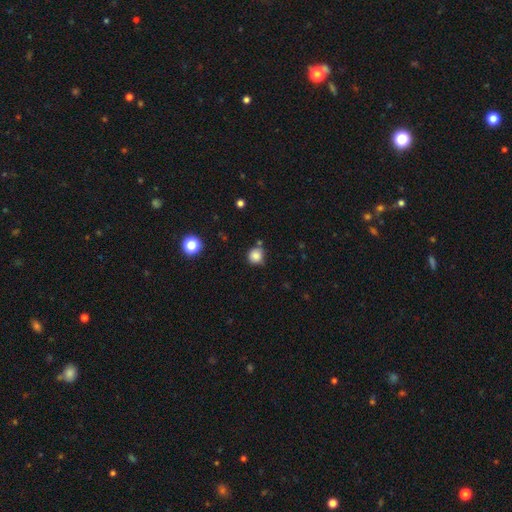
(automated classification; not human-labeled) This appears to be a smooth galaxy with no disk features (84%) that is round (91%). Merging: none (75%).